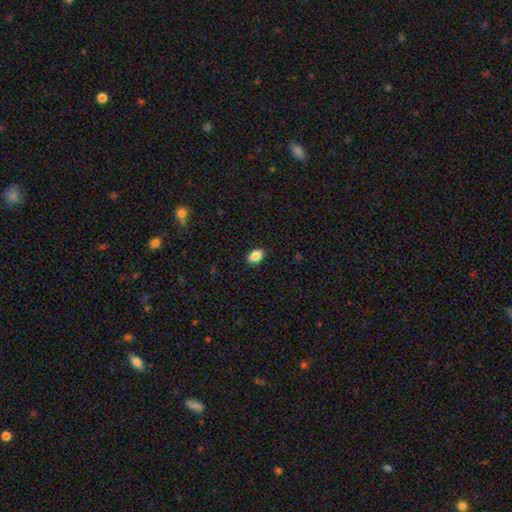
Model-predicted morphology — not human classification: The model was most divided on "how rounded": in between: 88%, round: 10%, cigar-shaped: 2%. More confident: merging — none (89%); smooth or featured — smooth (88%).